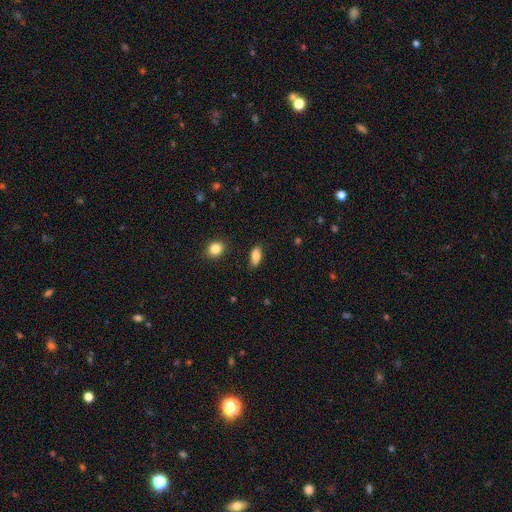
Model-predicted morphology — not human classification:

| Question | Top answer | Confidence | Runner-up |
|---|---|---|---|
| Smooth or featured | smooth | 84% | star or artifact (8%) |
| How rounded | in between | 86% | cigar-shaped (10%) |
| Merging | none | 82% | minor disturbance (13%) |